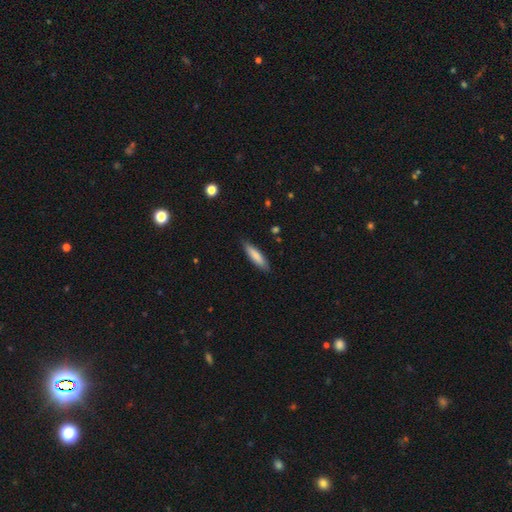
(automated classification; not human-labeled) This appears to be a smooth galaxy with no disk features (82%) that is cigar-shaped (72%). Merging: none (86%).